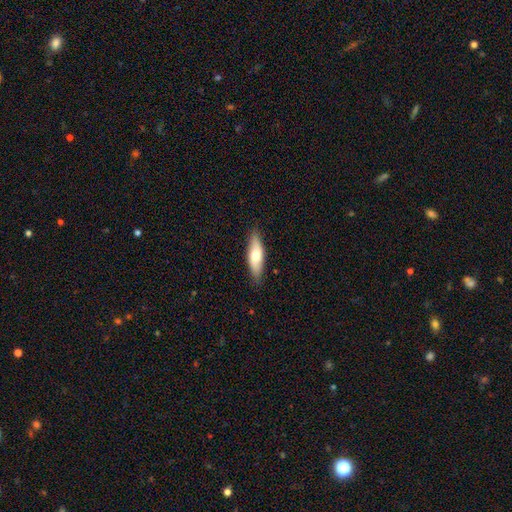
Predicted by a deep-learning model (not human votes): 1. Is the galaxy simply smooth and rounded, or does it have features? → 64% smooth, 31% featured or disk, 6% star or artifact.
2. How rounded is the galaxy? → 54% in between, 44% cigar-shaped, 2% round.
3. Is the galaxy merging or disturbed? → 85% none, 12% minor disturbance, 2% major disturbance, 1% merger.